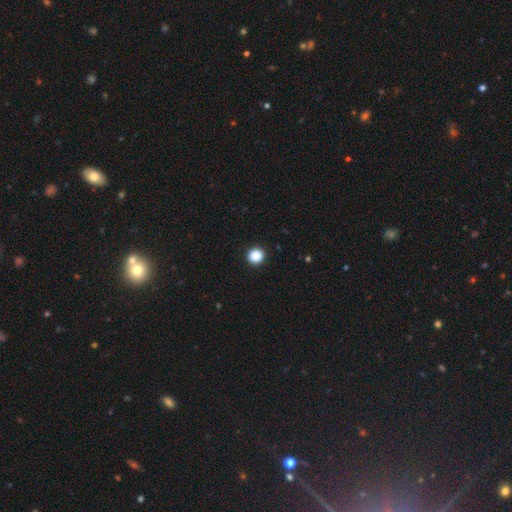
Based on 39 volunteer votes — smooth 90%, star or artifact 8%, featured or disk 3%. Down the decision tree: how rounded — round (100%); merging — none (97%).